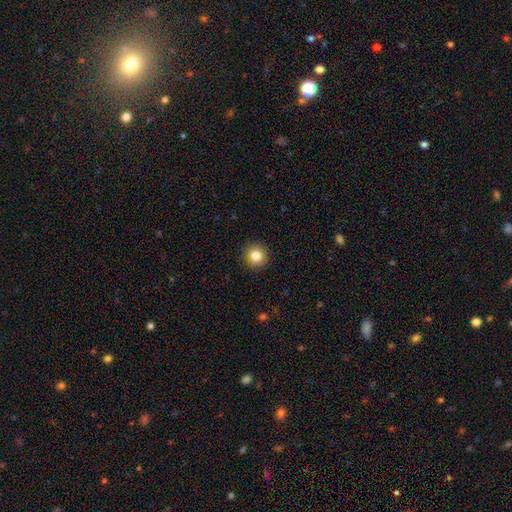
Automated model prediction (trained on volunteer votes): smooth-or-featured: smooth: 83% | star or artifact: 10% | featured or disk: 7%
  how-rounded: round: 94% | in between: 5% | cigar-shaped: 1%
  merging: none: 90% | minor disturbance: 7% | major disturbance: 2% | merger: 1%